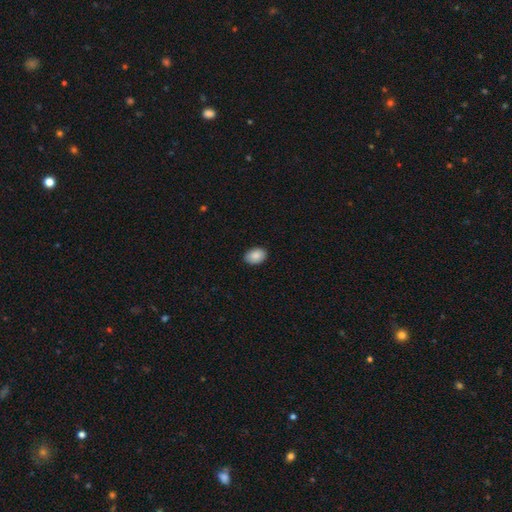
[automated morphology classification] A smooth galaxy with no disk features (88%) that is in between round and cigar-shaped (79%). Merging: none (89%).